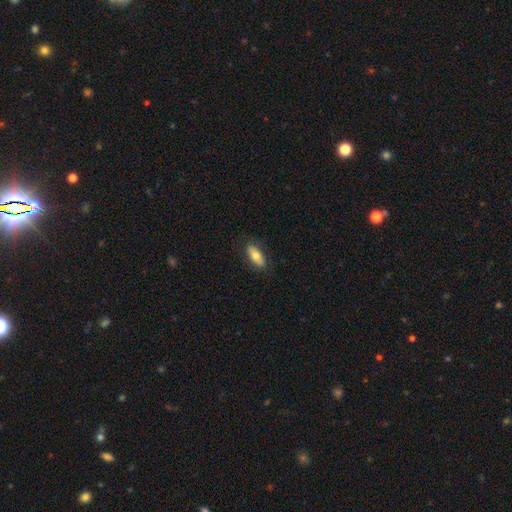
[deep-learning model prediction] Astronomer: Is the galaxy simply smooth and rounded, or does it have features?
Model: smooth — 70%.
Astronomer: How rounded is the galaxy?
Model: in between — 82%.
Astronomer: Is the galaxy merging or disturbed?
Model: none — 84%.